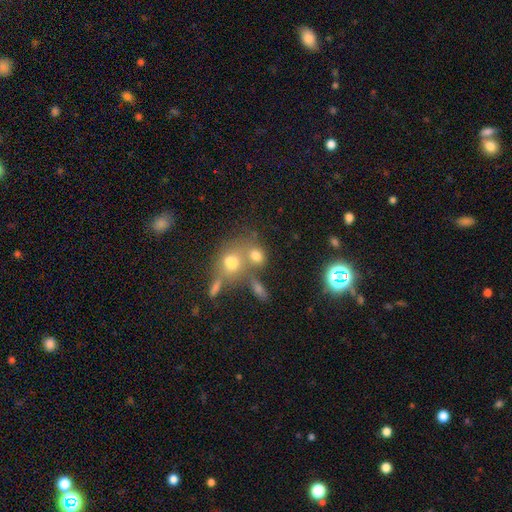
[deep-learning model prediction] This is likely a smooth galaxy (71%). How rounded: possibly round (53%). Merging: marginally merger (45%).